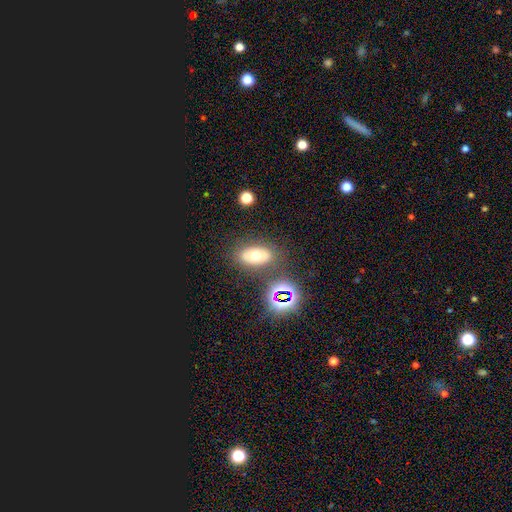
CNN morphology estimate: type=smooth (54%); roundness=in between (87%); merging=none (77%).